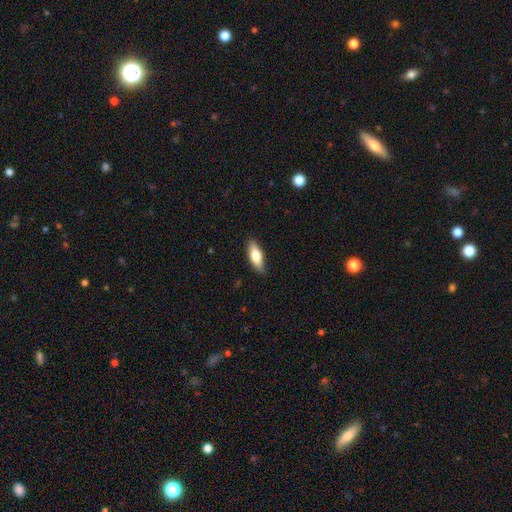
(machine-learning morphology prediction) This appears to be a smooth galaxy with no disk features (72%) that is in between round and cigar-shaped (67%). Merging: none (86%).